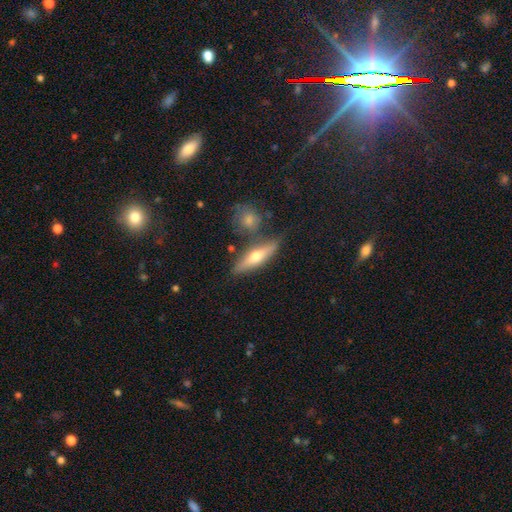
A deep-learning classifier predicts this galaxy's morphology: Smooth or featured: featured or disk — 50% (smooth — 43%)
Edge-on disk: yes — 89% (no — 11%)
Merging: none — 74% (minor disturbance — 11%)